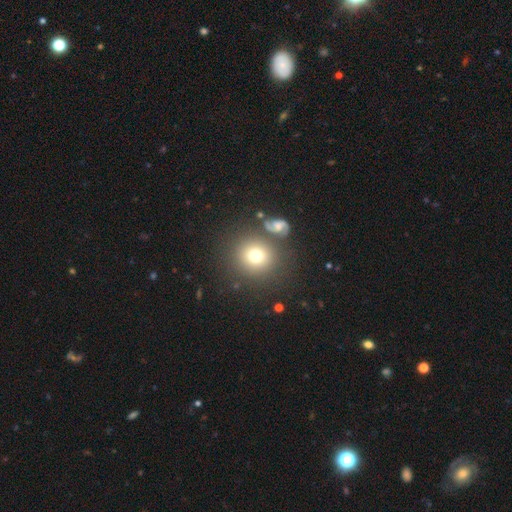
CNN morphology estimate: Smooth or featured? Predicted: smooth (p=0.73). How rounded? Predicted: round (p=0.89). Merging? Predicted: none (p=0.77).